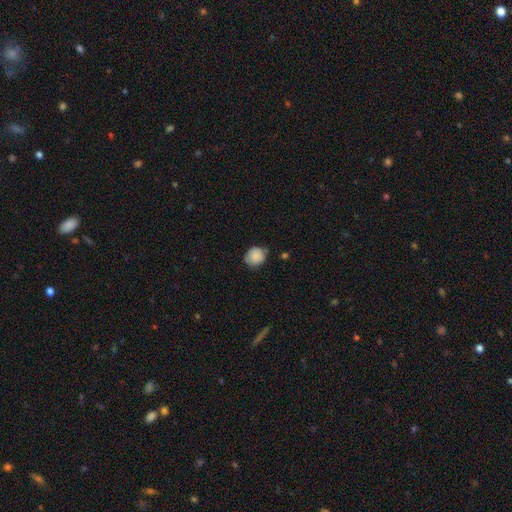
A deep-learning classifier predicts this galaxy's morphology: Smooth or featured? smooth (85%)
How rounded? round (78%)
Merging? none (67%)